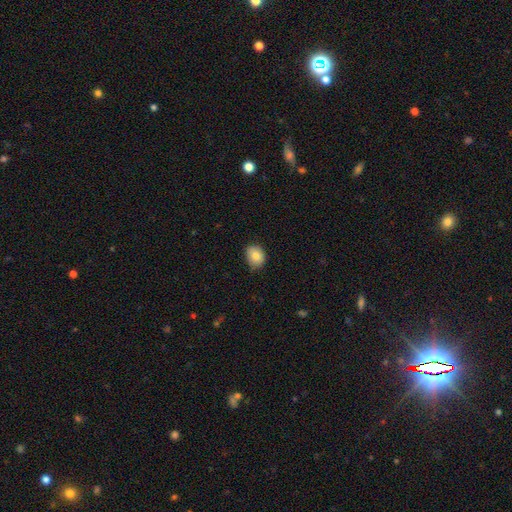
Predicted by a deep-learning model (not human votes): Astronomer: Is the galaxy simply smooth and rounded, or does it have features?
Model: smooth — 84%.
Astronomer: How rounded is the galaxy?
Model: in between — 51% (runner-up: round, 48%).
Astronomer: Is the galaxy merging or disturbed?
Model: none — 73%.